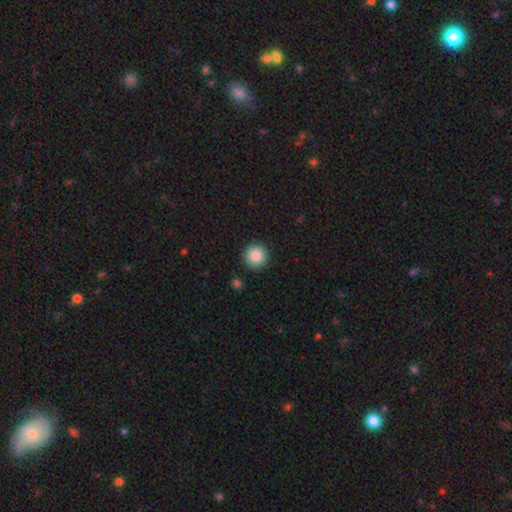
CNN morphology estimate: A smooth galaxy with no disk features (87%) that is round (96%).

Vote fractions:
- Smooth or featured? smooth: 87% / star or artifact: 8% / featured or disk: 4%
- How rounded? round: 96% / in between: 3% / cigar-shaped: 1%
- Merging? none: 91% / minor disturbance: 6% / major disturbance: 2% / merger: 1%